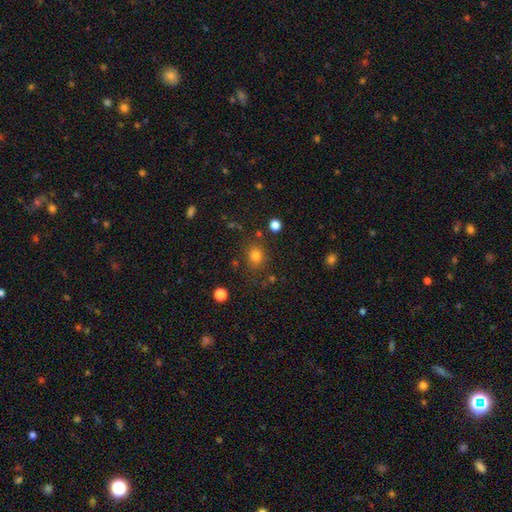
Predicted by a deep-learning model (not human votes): Smooth or featured? Predicted: smooth (p=0.79). How rounded? Predicted: round (p=0.72). Merging? Predicted: none (p=0.78).